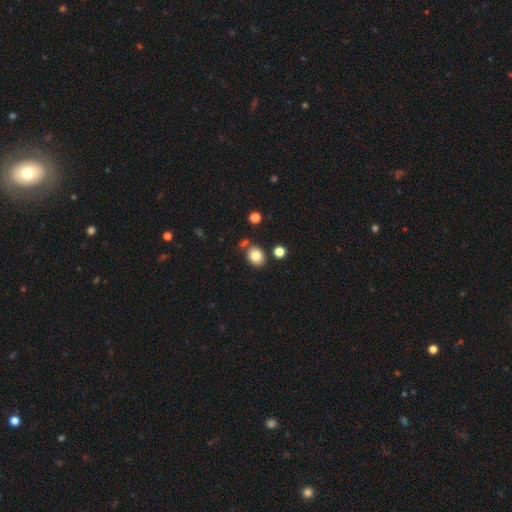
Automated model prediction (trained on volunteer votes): Smooth or featured? smooth (80%)
How rounded? in between (54%)
Merging? none (73%)